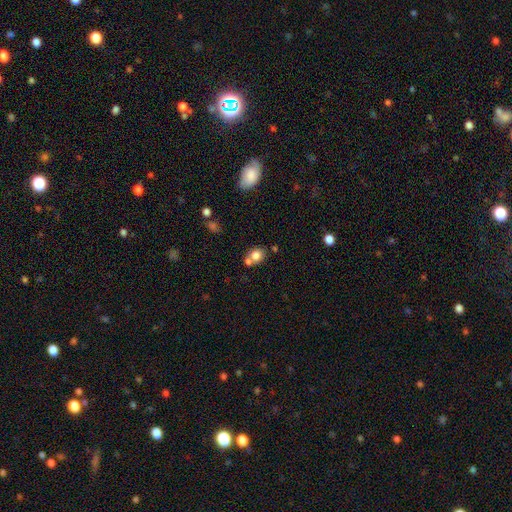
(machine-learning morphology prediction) Smooth or featured? Predicted: smooth (p=0.79). How rounded? Predicted: round (p=0.68). Merging? Predicted: none (p=0.50).